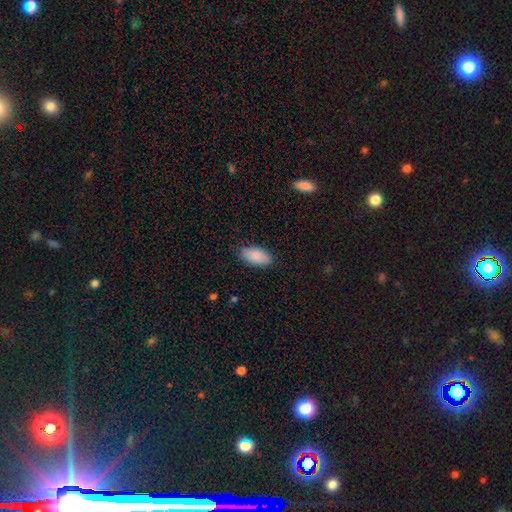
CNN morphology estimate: Smooth or featured?
  - smooth: 89% *
  - star or artifact: 6%
  - featured or disk: 5%
How rounded?
  - in between: 93% *
  - cigar-shaped: 5%
  - round: 2%
Merging?
  - none: 85% *
  - minor disturbance: 11%
  - major disturbance: 2%
  - merger: 1%